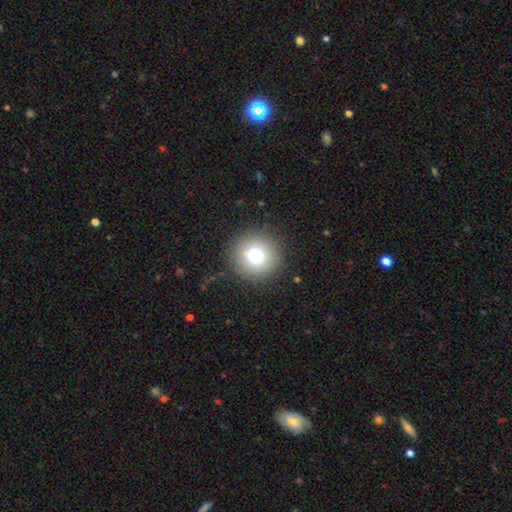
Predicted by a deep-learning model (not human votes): Smooth or featured?
  - smooth: 75% *
  - star or artifact: 13%
  - featured or disk: 12%
How rounded?
  - round: 95% *
  - in between: 4%
  - cigar-shaped: 1%
Merging?
  - none: 87% *
  - minor disturbance: 8%
  - major disturbance: 3%
  - merger: 2%